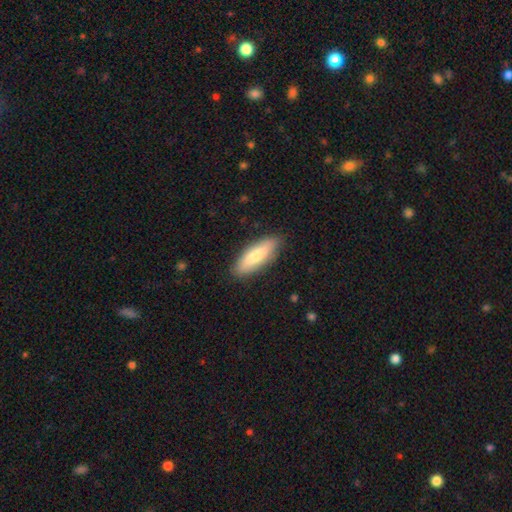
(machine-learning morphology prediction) A smooth galaxy with no disk features (69%) that is in between round and cigar-shaped (53%).

Vote fractions:
- Smooth or featured? smooth: 69% / featured or disk: 25% / star or artifact: 6%
- How rounded? in between: 53% / cigar-shaped: 45% / round: 2%
- Merging? none: 88% / minor disturbance: 9% / major disturbance: 2% / merger: 1%